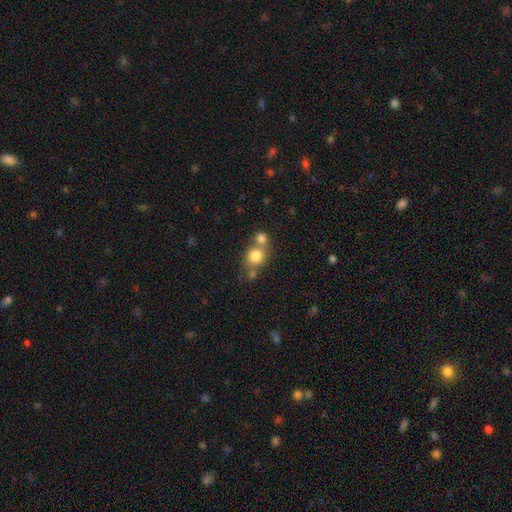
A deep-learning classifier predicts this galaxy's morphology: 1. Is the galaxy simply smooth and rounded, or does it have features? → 79% smooth, 10% star or artifact, 10% featured or disk.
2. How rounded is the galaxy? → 79% round, 20% in between, 1% cigar-shaped.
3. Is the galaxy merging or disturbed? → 46% none, 42% merger, 9% minor disturbance, 4% major disturbance.